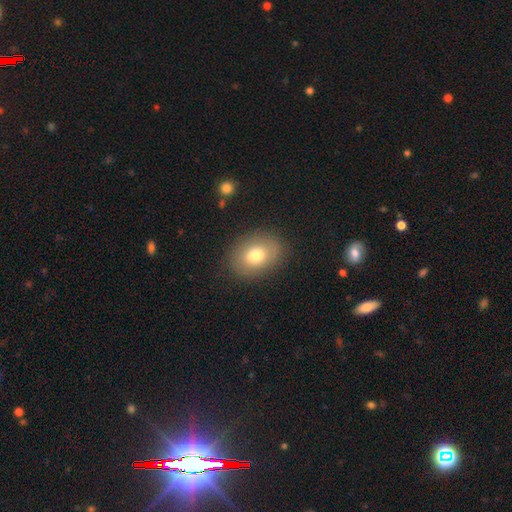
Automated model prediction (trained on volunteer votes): Smooth or featured: smooth — 75% (featured or disk — 15%)
How rounded: in between — 64% (round — 35%)
Merging: none — 86% (minor disturbance — 10%)